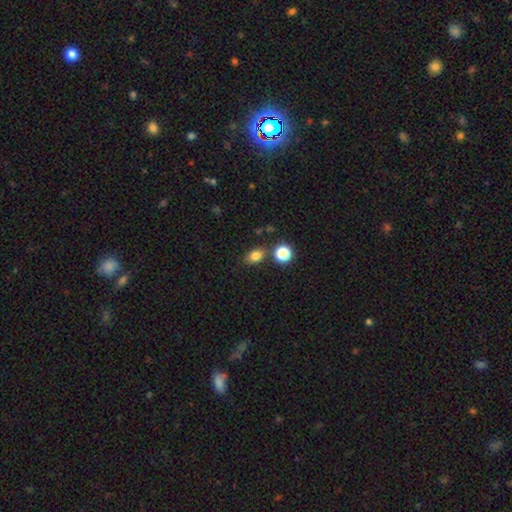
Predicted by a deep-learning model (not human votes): Smooth or featured? smooth (80%)
How rounded? in between (72%)
Merging? none (76%)